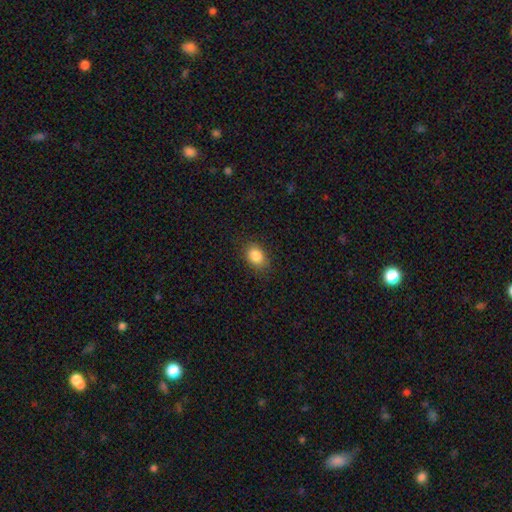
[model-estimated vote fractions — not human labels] A smooth galaxy with no disk features (86%) that is in between round and cigar-shaped (75%). Merging: none (84%).